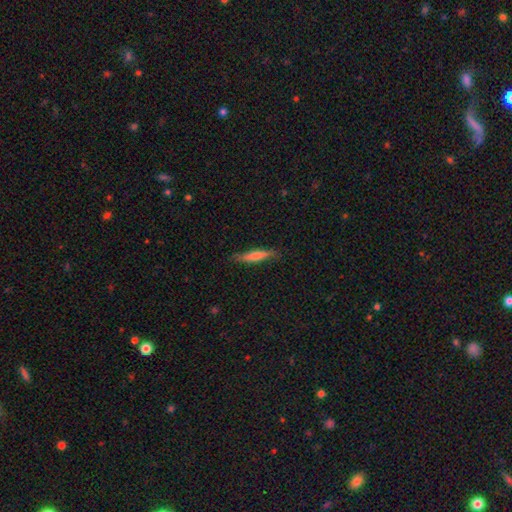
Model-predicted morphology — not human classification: This is possibly a smooth galaxy (59%). How rounded: clearly cigar-shaped (88%). Merging: clearly none (83%).